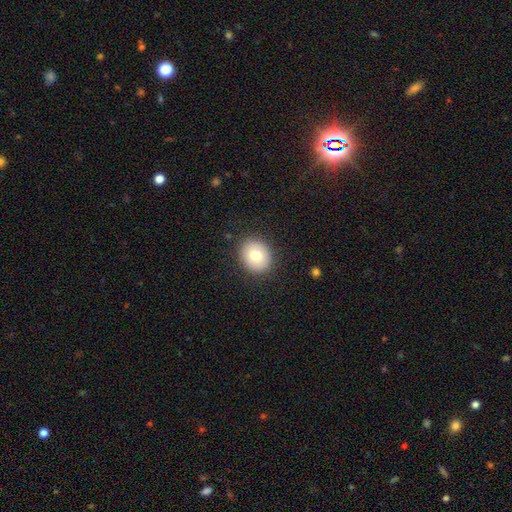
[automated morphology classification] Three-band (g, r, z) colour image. It shows a smooth galaxy with no disk features (75%) that is round (65%). Merging: none (88%).